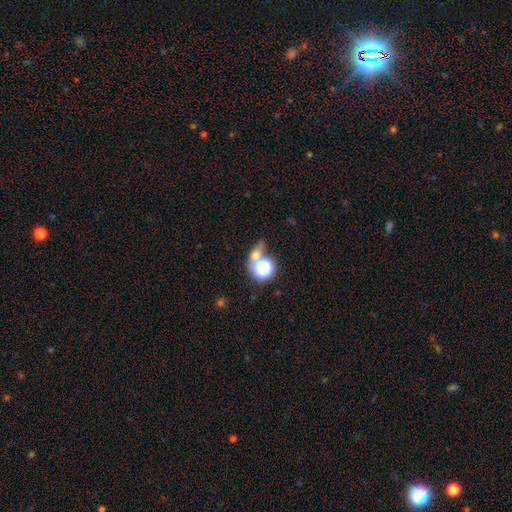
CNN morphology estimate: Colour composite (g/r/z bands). It shows a smooth galaxy with no disk features (55%) that is round (62%). Merging: none (51%).